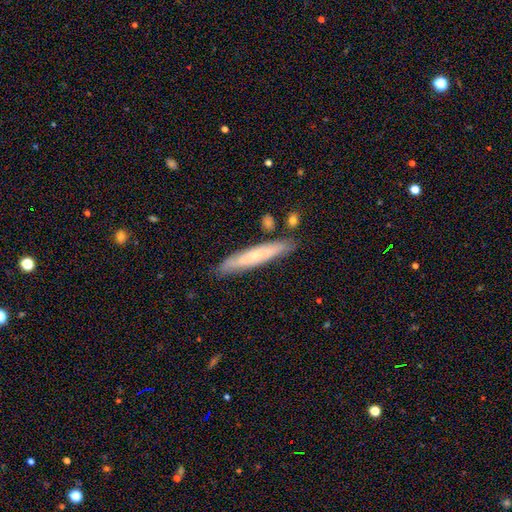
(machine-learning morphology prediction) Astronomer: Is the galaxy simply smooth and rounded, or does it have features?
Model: featured or disk — 52% (runner-up: smooth, 42%).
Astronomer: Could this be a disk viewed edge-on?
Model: yes — 70%.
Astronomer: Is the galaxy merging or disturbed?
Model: none — 81%.